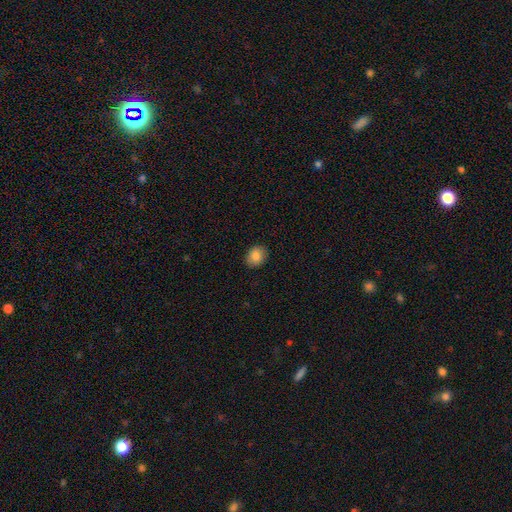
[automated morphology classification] This appears to be a smooth galaxy with no disk features (85%) that is in between round and cigar-shaped (52%). Merging: none (89%).